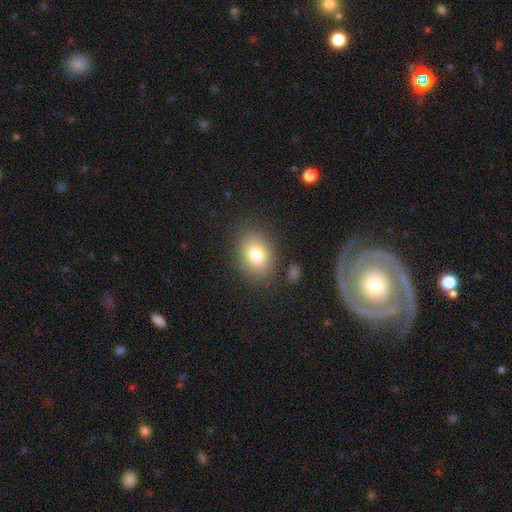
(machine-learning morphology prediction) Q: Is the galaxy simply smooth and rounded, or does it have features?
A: smooth — 74%.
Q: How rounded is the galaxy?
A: in between — 65%.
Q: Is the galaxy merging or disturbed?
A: none — 81%.